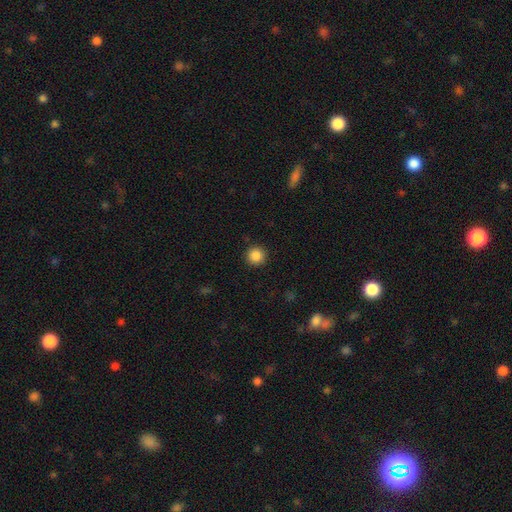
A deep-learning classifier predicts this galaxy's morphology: type=smooth (87%); roundness=round (95%); merging=none (91%).